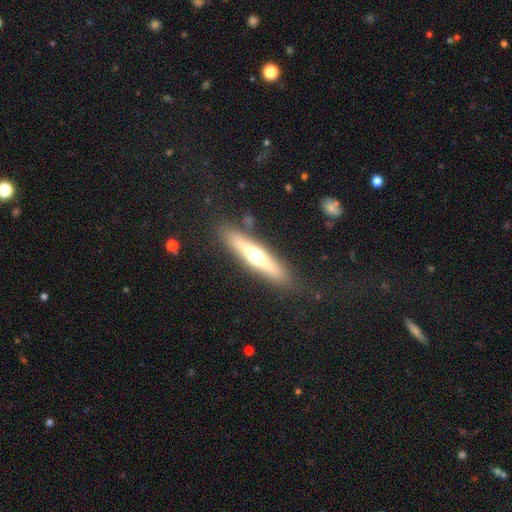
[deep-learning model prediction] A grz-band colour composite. It shows a featured or disk galaxy (54%) viewed edge-on (90%). Merging: none (86%).